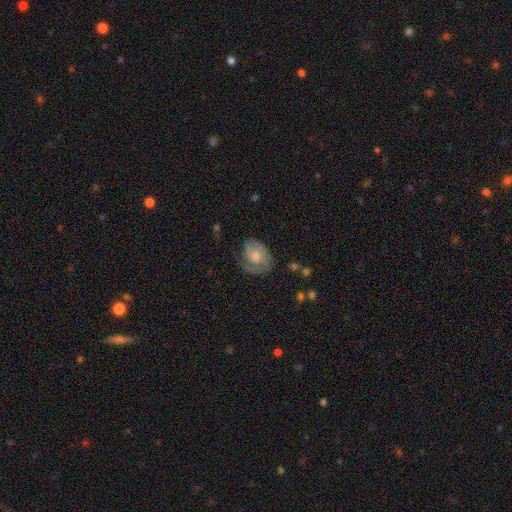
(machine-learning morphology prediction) Q: Smooth or featured?
A: featured or disk (53%); runner-up: smooth (40%)
Q: Edge-on disk?
A: no (97%); runner-up: yes (3%)
Q: Bar?
A: no (78%); runner-up: weak (19%)
Q: Spiral arms?
A: yes (79%); runner-up: no (21%)
Q: Bulge size?
A: moderate (53%); runner-up: small (28%)
Q: Merging?
A: none (51%); runner-up: minor disturbance (26%)